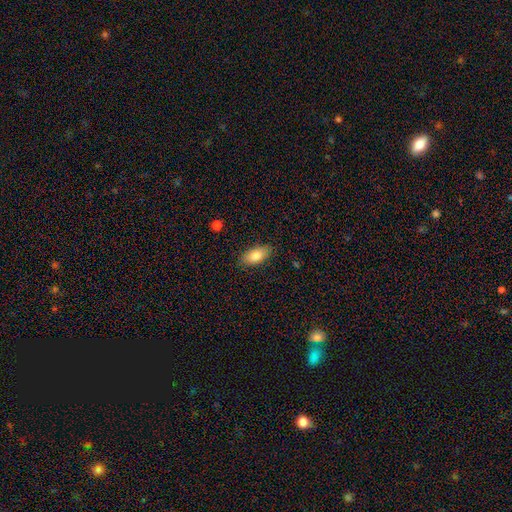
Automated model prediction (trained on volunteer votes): The model was most divided on "smooth or featured": smooth: 81%, featured or disk: 12%, star or artifact: 7%. More confident: how rounded — in between (89%); merging — none (86%).